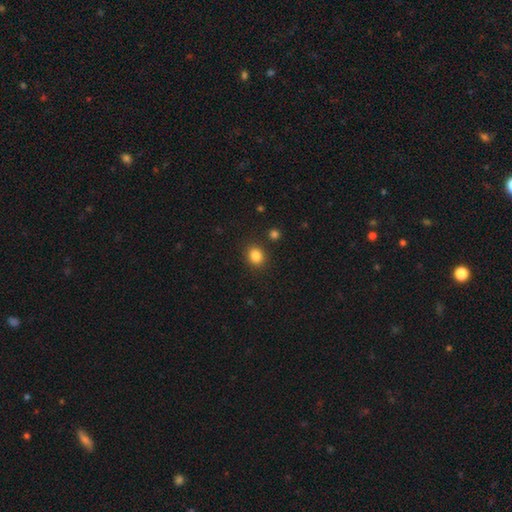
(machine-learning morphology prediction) smooth-or-featured: smooth: 85% | star or artifact: 11% | featured or disk: 4%
  how-rounded: round: 72% | in between: 27% | cigar-shaped: 1%
  merging: none: 87% | minor disturbance: 7% | merger: 3% | major disturbance: 3%